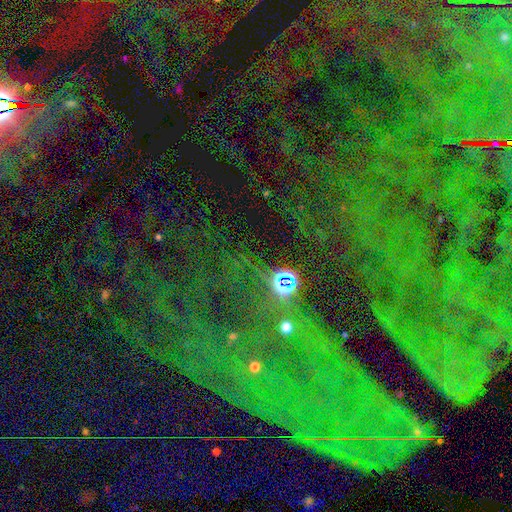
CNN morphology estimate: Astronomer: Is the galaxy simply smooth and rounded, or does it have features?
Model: star or artifact — 78%.